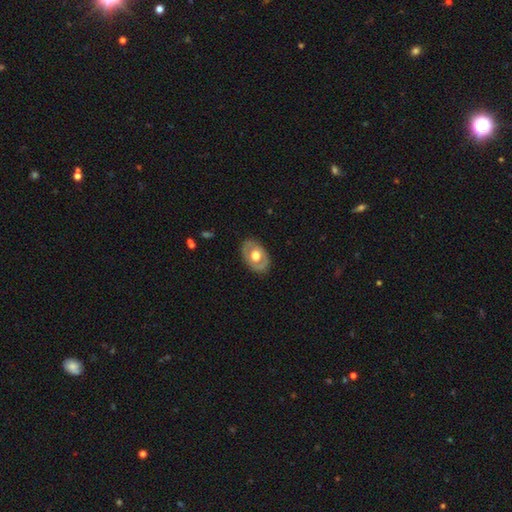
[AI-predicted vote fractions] The model was most divided on "smooth or featured": featured or disk: 49%, smooth: 45%, star or artifact: 6%. More confident: merging — none (81%).